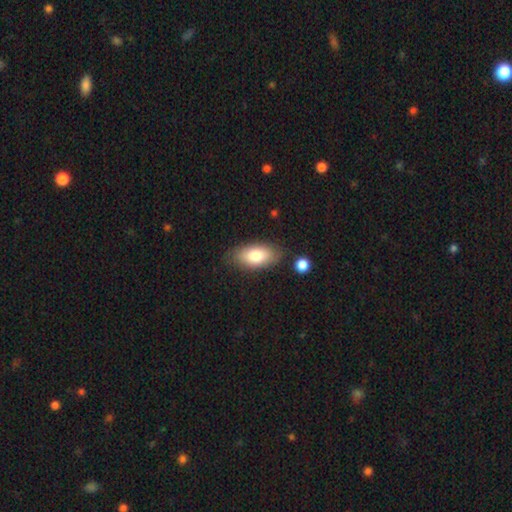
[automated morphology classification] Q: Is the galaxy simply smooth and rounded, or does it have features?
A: smooth — 80%.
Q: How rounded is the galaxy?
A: in between — 91%.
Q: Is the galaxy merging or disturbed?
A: none — 79%.